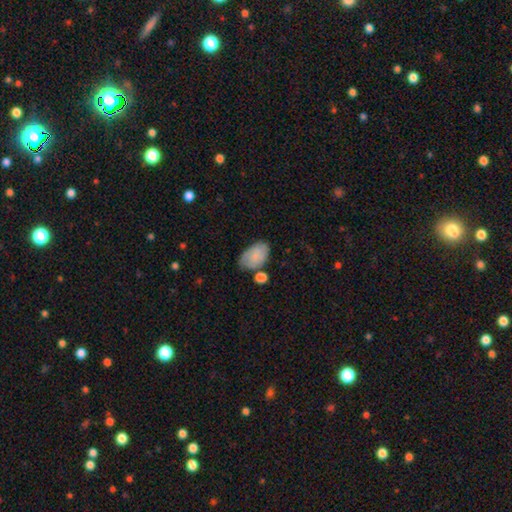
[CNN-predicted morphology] smooth 77%, featured or disk 16%, star or artifact 7%. Down the decision tree: how rounded — in between (92%); merging — none (58%).